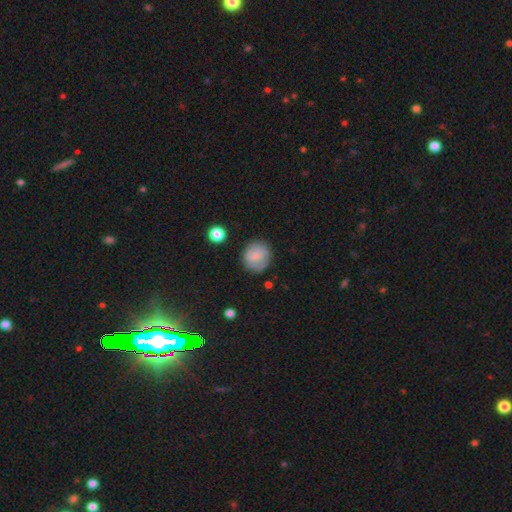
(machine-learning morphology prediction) smooth 76%, featured or disk 16%, star or artifact 8%. Down the decision tree: how rounded — round (86%); merging — none (76%).